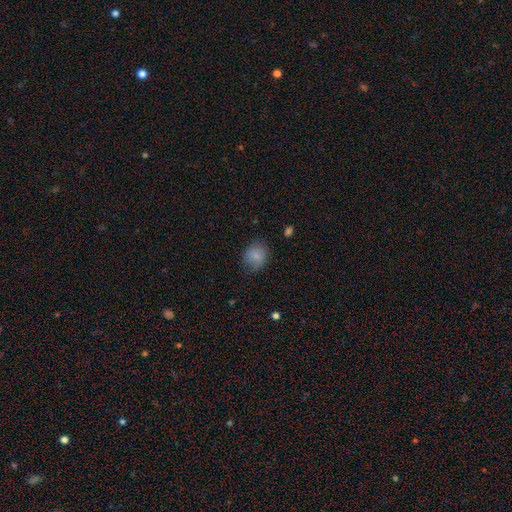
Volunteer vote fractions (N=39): smooth-or-featured: smooth: 77% | featured or disk: 15% | star or artifact: 8%
  how-rounded: round: 63% | in between: 37% | cigar-shaped: 0%
  merging: none: 89% | minor disturbance: 8% | major disturbance: 3% | merger: 0%